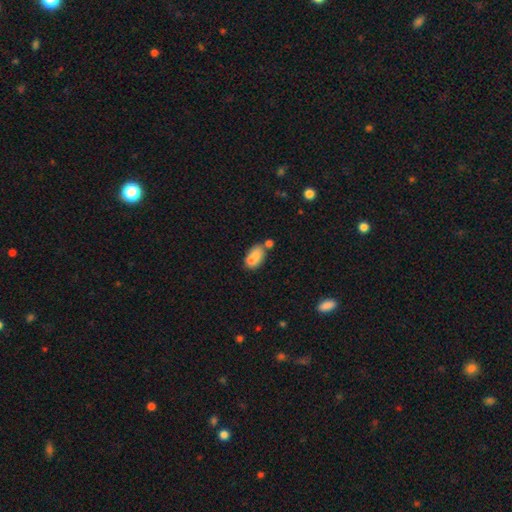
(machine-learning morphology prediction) This is likely a smooth galaxy (78%). How rounded: clearly in between (90%). Merging: marginally none (42%).